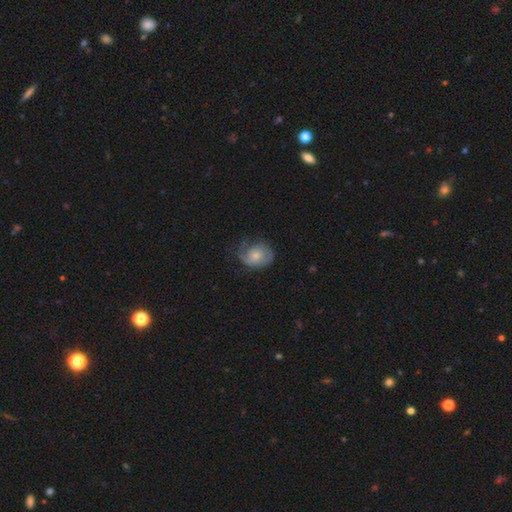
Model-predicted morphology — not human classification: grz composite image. It shows a featured or disk galaxy (51%). Merging: none (53%).